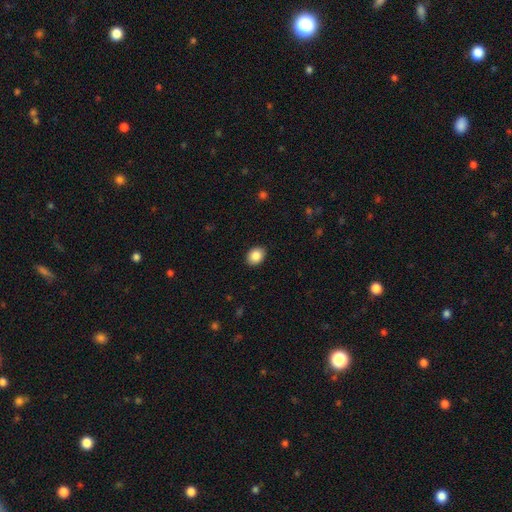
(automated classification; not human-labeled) Smooth or featured? smooth (88%)
How rounded? in between (56%)
Merging? none (90%)